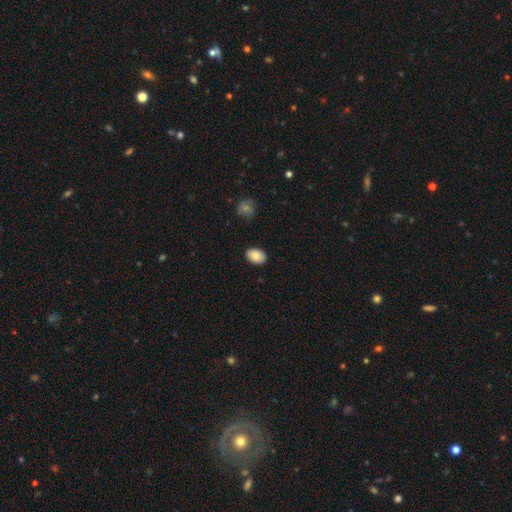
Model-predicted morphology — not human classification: Smooth or featured: smooth — 84% (featured or disk — 9%)
How rounded: in between — 84% (round — 15%)
Merging: none — 88% (minor disturbance — 9%)